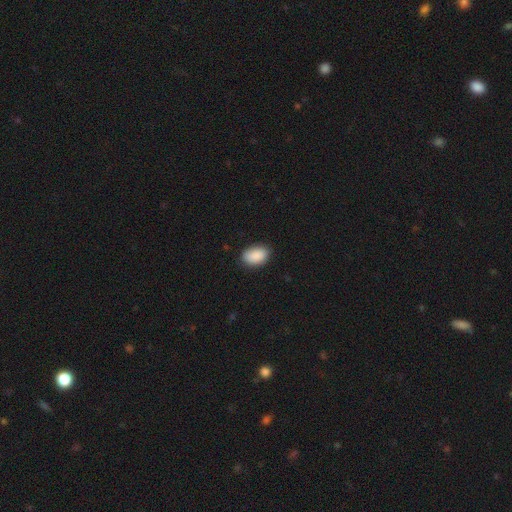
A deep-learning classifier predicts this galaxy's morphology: Overall: smooth (90%). How rounded: in between (90%). Merging: none (86%).